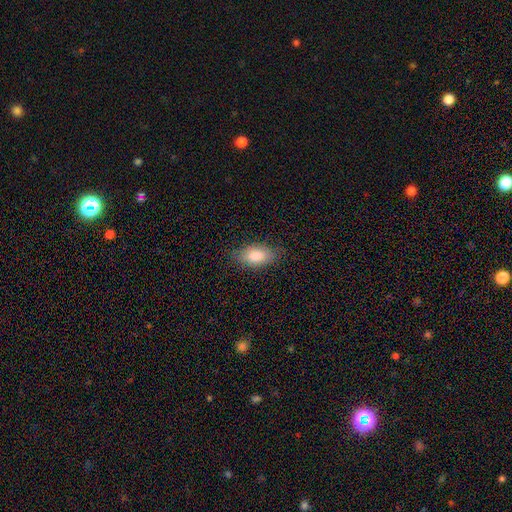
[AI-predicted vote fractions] smooth_or_featured: smooth (p=0.84) [alt: featured or disk p=0.09]
how_rounded: in between (p=0.89) [alt: cigar-shaped p=0.06]
merging: none (p=0.83) [alt: minor disturbance p=0.13]